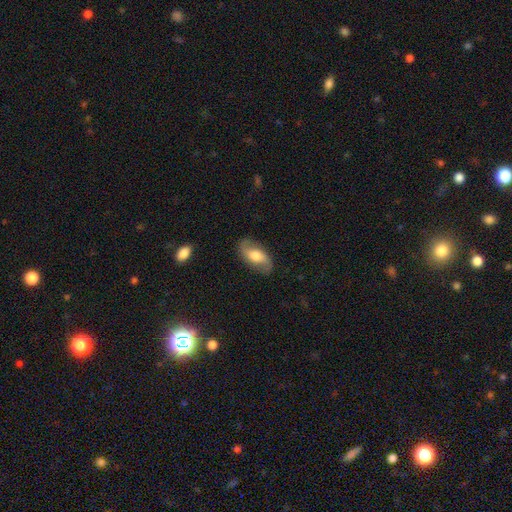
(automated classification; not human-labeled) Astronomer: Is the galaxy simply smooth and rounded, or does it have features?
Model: featured or disk — 55% (runner-up: smooth, 39%).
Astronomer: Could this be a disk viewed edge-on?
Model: no — 91%.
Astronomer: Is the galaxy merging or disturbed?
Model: none — 81%.